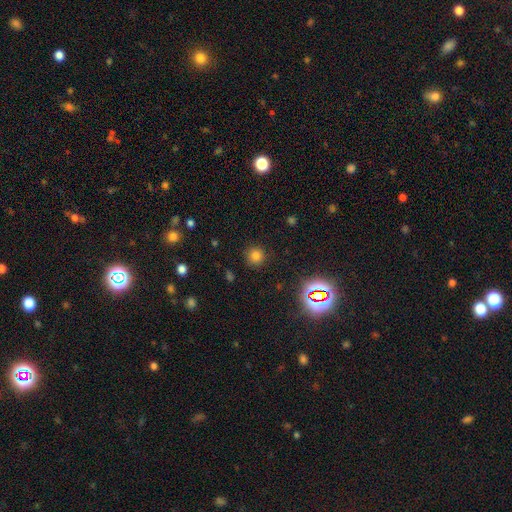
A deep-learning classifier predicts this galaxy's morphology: This appears to be a smooth galaxy with no disk features (75%) that is round (94%). Merging: none (89%).